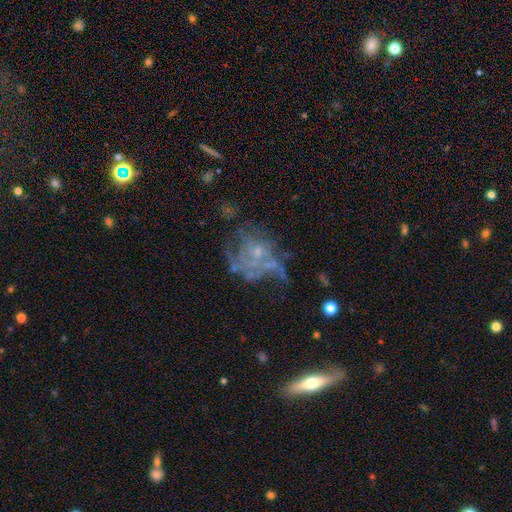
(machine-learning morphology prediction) Overall: featured or disk (70%). Edge-on disk: no (97%). Bar: no (81%). Spiral arms: yes (58%; no 42%). Bulge size: small (55%; moderate 23%). Merging: major disturbance (38%; none 36%).